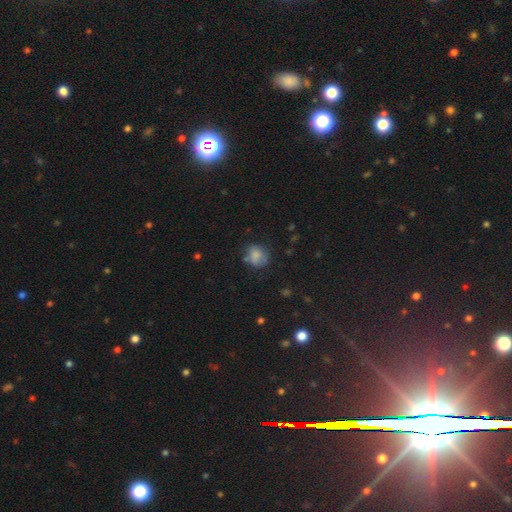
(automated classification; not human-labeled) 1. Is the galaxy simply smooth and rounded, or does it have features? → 71% smooth, 19% featured or disk, 11% star or artifact.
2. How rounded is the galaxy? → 68% round, 31% in between, 1% cigar-shaped.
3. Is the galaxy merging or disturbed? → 54% none, 26% minor disturbance, 12% major disturbance, 8% merger.